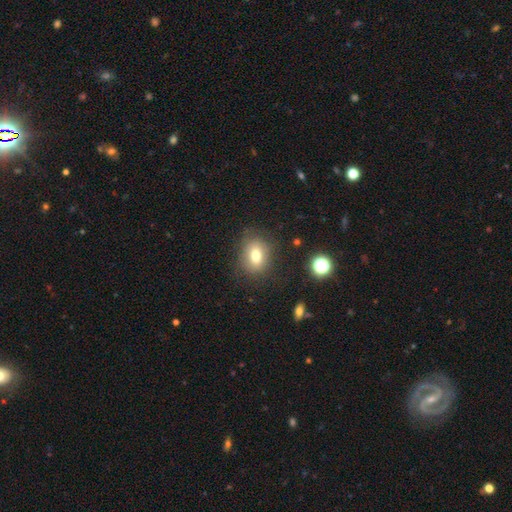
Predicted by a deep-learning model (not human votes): This appears to be a smooth galaxy with no disk features (76%) that is in between round and cigar-shaped (63%). Merging: none (80%).